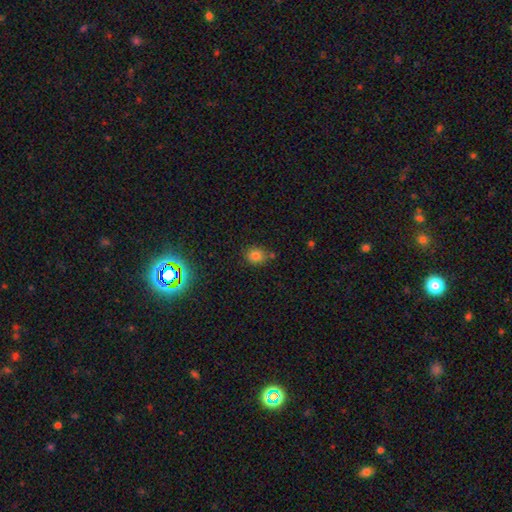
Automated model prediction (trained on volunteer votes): This appears to be a smooth galaxy with no disk features (80%) that is round (68%). Merging: none (73%).